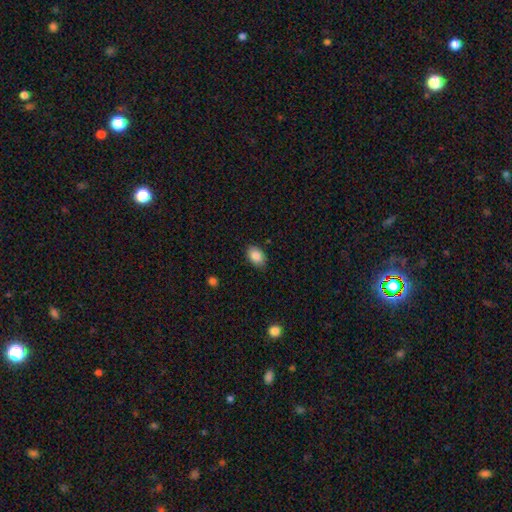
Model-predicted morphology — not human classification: smooth_or_featured: smooth (p=0.87) [alt: star or artifact p=0.08]
how_rounded: in between (p=0.85) [alt: round p=0.14]
merging: none (p=0.84) [alt: minor disturbance p=0.13]